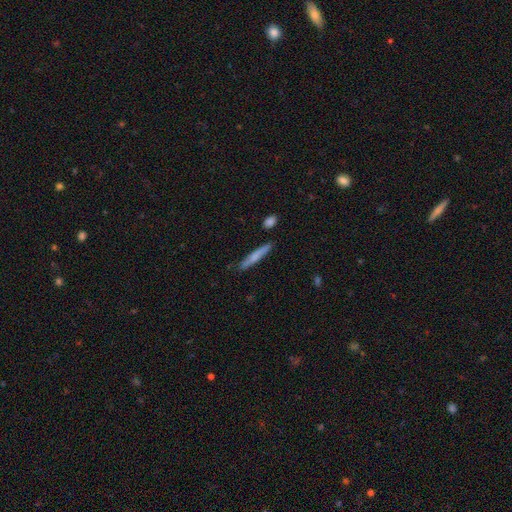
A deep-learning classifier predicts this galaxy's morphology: type=smooth (65%); roundness=cigar-shaped (94%); merging=none (84%).